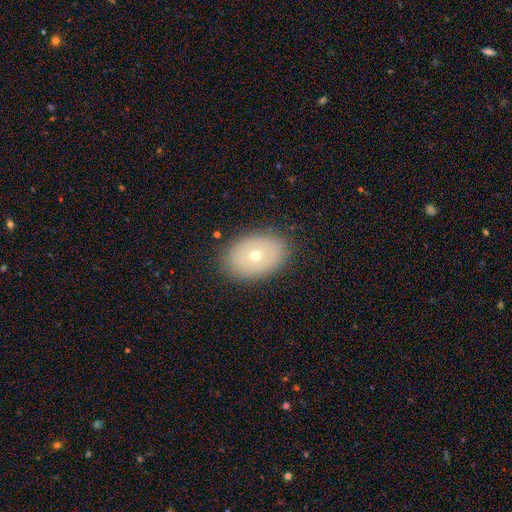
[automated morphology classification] Overall: smooth (61%; featured or disk 29%). How rounded: in between (80%). Merging: none (86%).